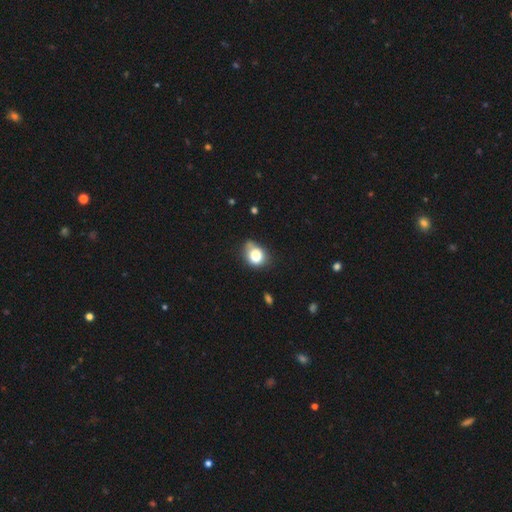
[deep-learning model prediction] smooth_or_featured: smooth (p=0.78) [alt: star or artifact p=0.11]
how_rounded: round (p=0.62) [alt: in between p=0.37]
merging: none (p=0.50) [alt: minor disturbance p=0.33]